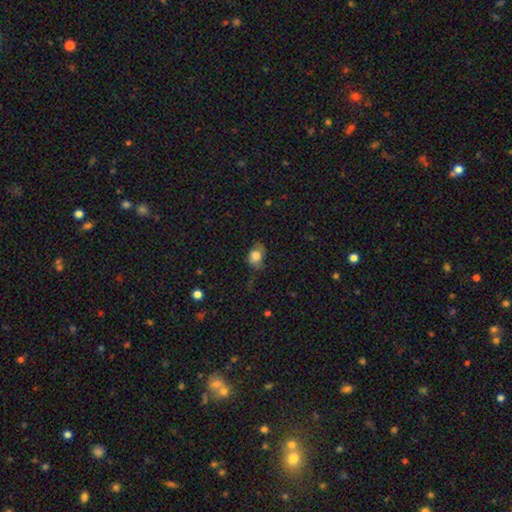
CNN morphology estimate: Q: Smooth or featured?
A: smooth (79%); runner-up: featured or disk (11%)
Q: How rounded?
A: in between (73%); runner-up: round (26%)
Q: Merging?
A: none (55%); runner-up: minor disturbance (31%)